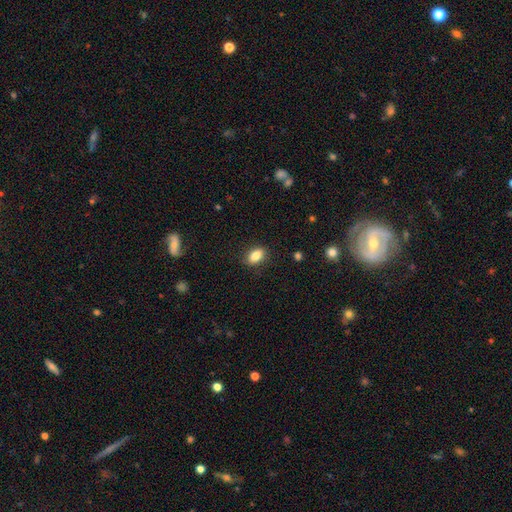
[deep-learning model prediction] Overall: smooth (84%). How rounded: in between (86%). Merging: none (86%).